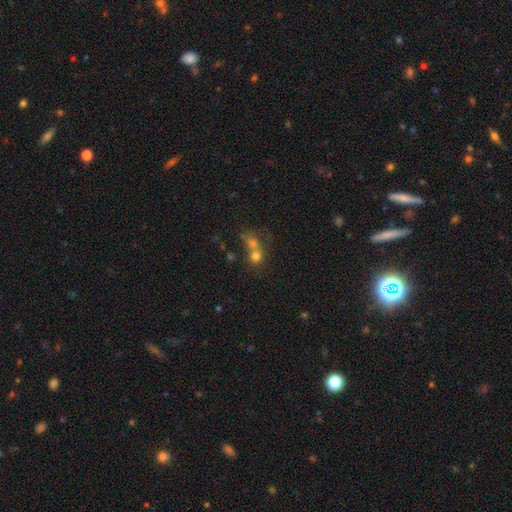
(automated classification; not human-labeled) Morphology: type=smooth (71%); roundness=round (75%); merging=merger (63%).